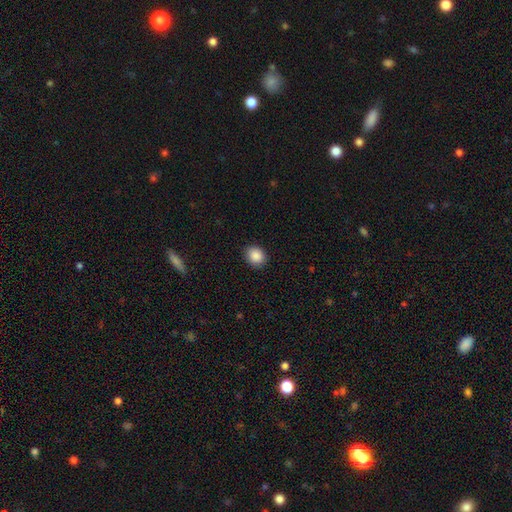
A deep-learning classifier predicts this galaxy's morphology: The model was most divided on "how rounded": round: 59%, in between: 40%, cigar-shaped: 1%. More confident: smooth or featured — smooth (89%); merging — none (89%).